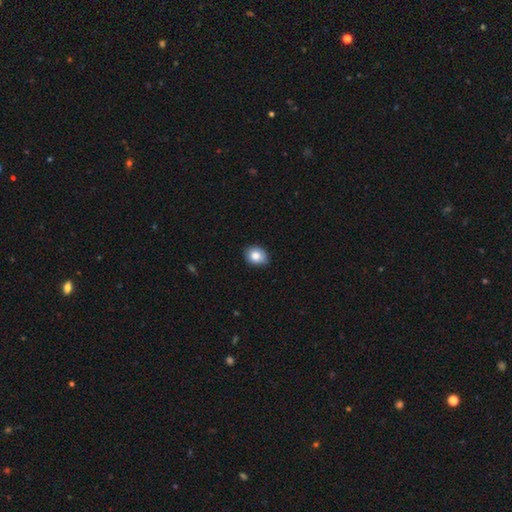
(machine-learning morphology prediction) Smooth or featured? smooth (84%)
How rounded? in between (51%)
Merging? none (84%)